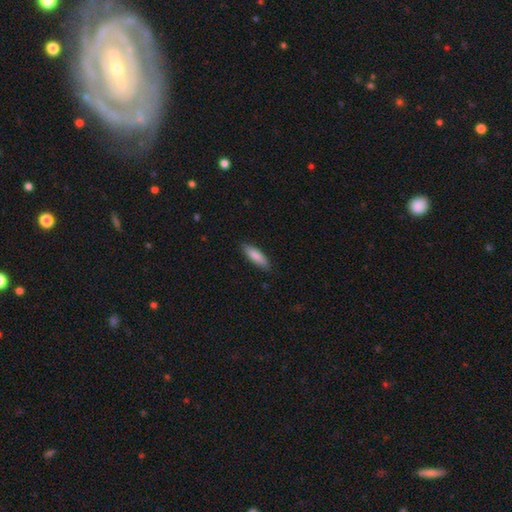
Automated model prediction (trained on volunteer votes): Smooth or featured?
  - smooth: 86% *
  - featured or disk: 8%
  - star or artifact: 5%
How rounded?
  - in between: 49% * (tied)
  - cigar-shaped: 49% * (tied)
  - round: 1%
Merging?
  - none: 84% *
  - minor disturbance: 13%
  - major disturbance: 2%
  - merger: 1%